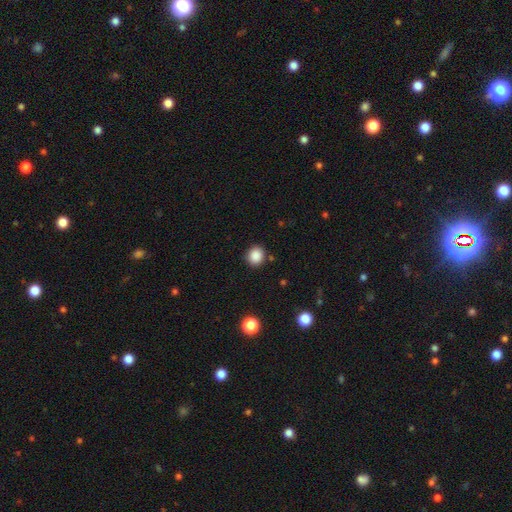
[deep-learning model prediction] Q: Smooth or featured?
A: smooth (87%); runner-up: star or artifact (10%)
Q: How rounded?
A: round (81%); runner-up: in between (18%)
Q: Merging?
A: none (86%); runner-up: minor disturbance (9%)